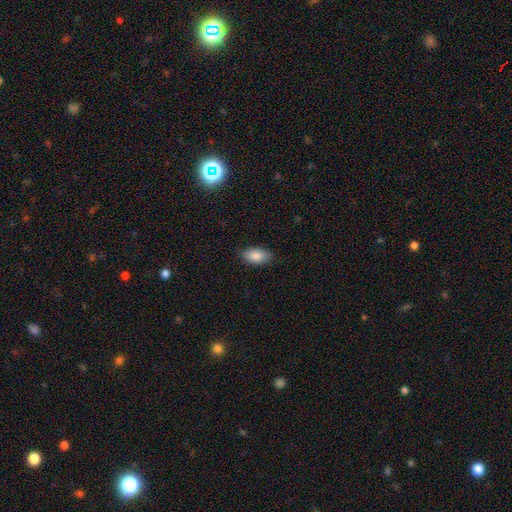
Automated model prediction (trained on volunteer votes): Smooth or featured: smooth — 87% (star or artifact — 7%)
How rounded: in between — 93% (round — 5%)
Merging: none — 84% (minor disturbance — 12%)